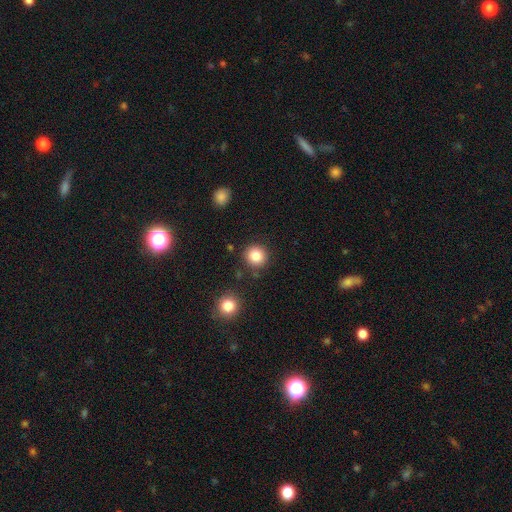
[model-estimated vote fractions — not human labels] Smooth or featured? Predicted: smooth (p=0.85). How rounded? Predicted: round (p=0.93). Merging? Predicted: none (p=0.87).